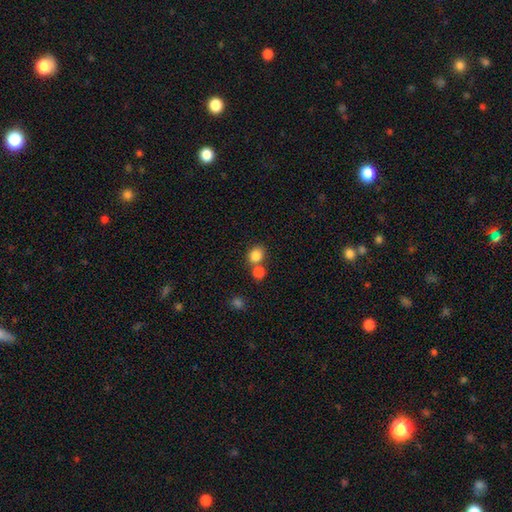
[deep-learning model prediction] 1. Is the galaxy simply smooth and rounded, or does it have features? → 84% smooth, 11% star or artifact, 6% featured or disk.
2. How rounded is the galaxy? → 67% round, 32% in between, 1% cigar-shaped.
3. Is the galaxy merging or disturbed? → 57% none, 32% merger, 8% minor disturbance, 3% major disturbance.